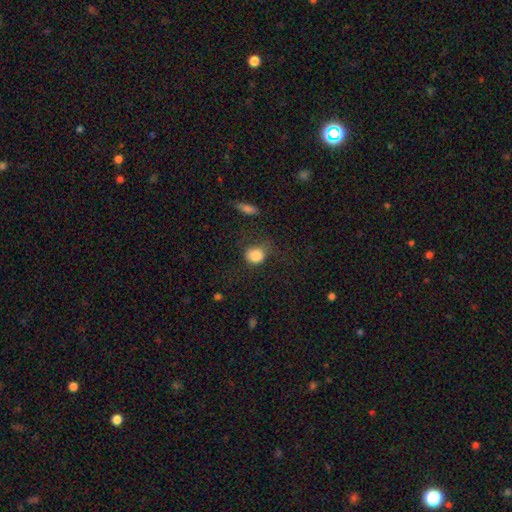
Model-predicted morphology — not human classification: This is clearly a smooth galaxy (84%). How rounded: likely round (70%). Merging: possibly none (51%).